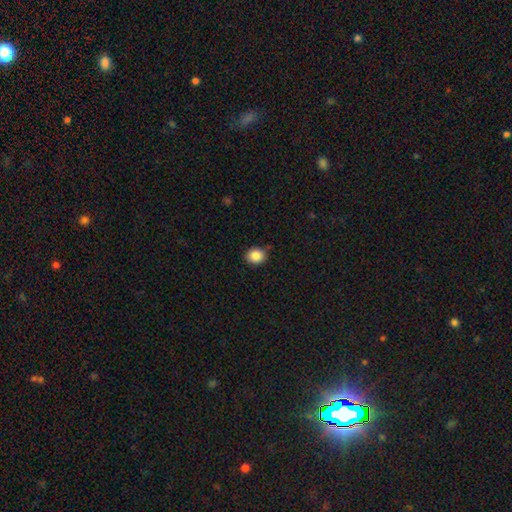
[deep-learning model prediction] smooth 86%, star or artifact 9%, featured or disk 4%. Down the decision tree: how rounded — round (71%); merging — none (82%).